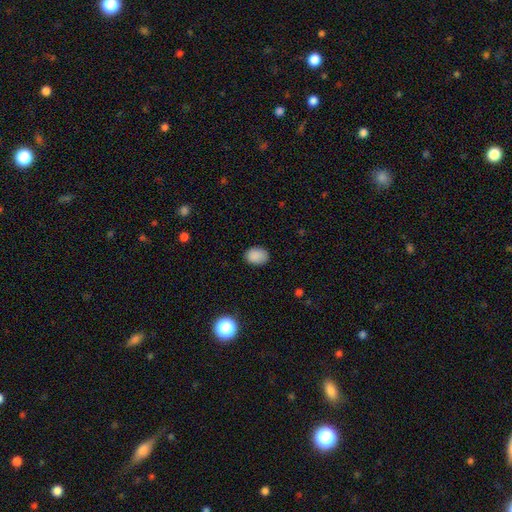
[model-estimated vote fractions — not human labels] Smooth or featured?
  - smooth: 87% *
  - star or artifact: 9%
  - featured or disk: 3%
How rounded?
  - in between: 70% *
  - round: 29%
  - cigar-shaped: 1%
Merging?
  - none: 84% *
  - minor disturbance: 12%
  - major disturbance: 3%
  - merger: 1%